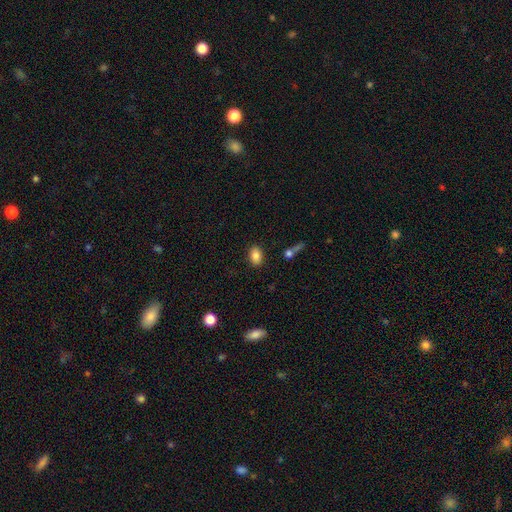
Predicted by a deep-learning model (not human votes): A smooth galaxy with no disk features (85%) that is in between round and cigar-shaped (81%). Merging: none (86%).